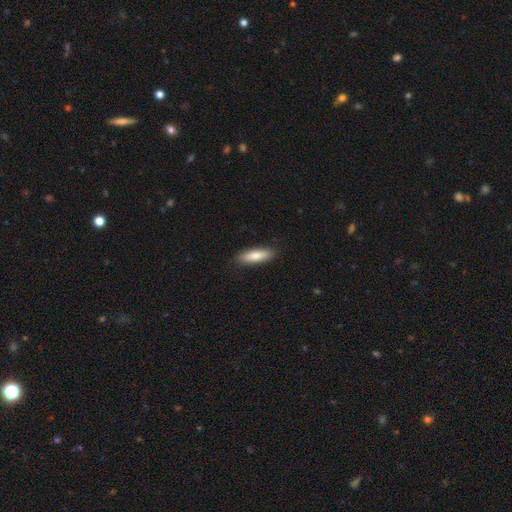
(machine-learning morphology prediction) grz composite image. It shows a smooth galaxy with no disk features (80%) that is cigar-shaped (53%). Merging: none (86%).